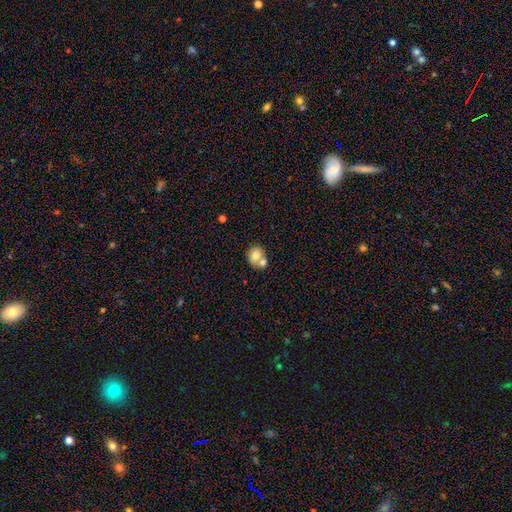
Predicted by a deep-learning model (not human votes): This appears to be a smooth galaxy with no disk features (71%) that is round (67%). Merging: merger (51%).